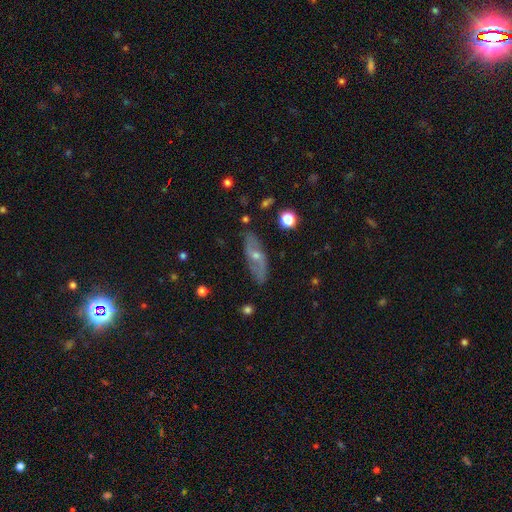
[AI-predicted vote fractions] Smooth or featured? featured or disk (63%)
Edge-on disk? no (70%)
Merging? none (81%)